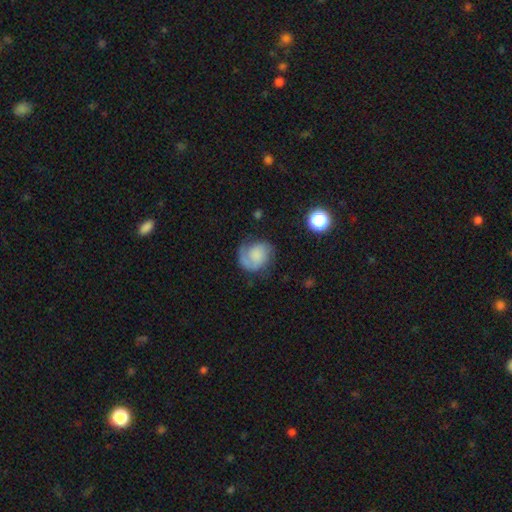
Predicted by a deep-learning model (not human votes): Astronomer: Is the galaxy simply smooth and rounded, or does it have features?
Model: featured or disk — 66%.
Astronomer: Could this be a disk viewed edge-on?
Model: no — 98%.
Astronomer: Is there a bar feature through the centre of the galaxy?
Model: no — 69%.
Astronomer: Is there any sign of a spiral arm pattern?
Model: yes — 94%.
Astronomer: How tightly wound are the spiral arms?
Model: medium — 42% (runner-up: tight, 35%).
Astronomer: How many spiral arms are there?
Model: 2 — 56% (runner-up: 1, 34%).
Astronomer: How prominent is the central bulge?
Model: none — 45% (runner-up: small, 22%).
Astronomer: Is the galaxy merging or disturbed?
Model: none — 62%.